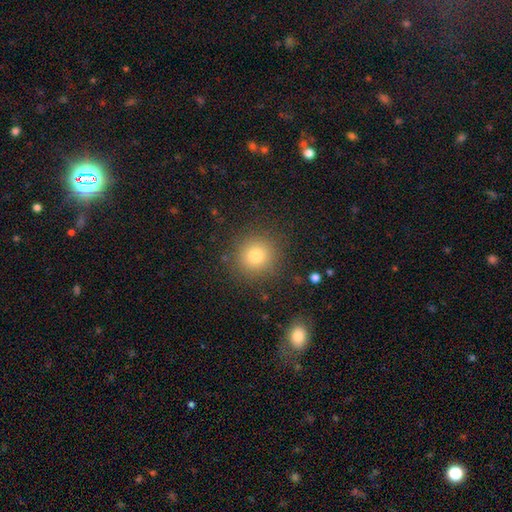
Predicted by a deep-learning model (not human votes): smooth 77%, star or artifact 14%, featured or disk 9%. Down the decision tree: how rounded — round (93%); merging — none (89%).